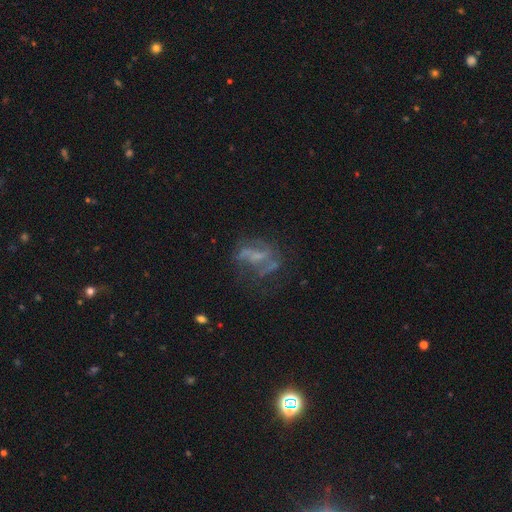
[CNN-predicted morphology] A featured or disk galaxy (64%) with no bar (49%), spiral arms (53%) and no central bulge (46%).

Vote fractions:
- Smooth or featured? featured or disk: 64% / smooth: 19% / star or artifact: 16%
- Edge-on disk? no: 95% / yes: 5%
- Bar? no: 49% / weak: 33% / strong: 18%
- Spiral arms? yes: 53% / no: 47%
- Bulge size? none: 46% / small: 34% / moderate: 16% / large: 3% / dominant: 1%
- Merging? none: 48% / major disturbance: 29% / minor disturbance: 18% / merger: 4%